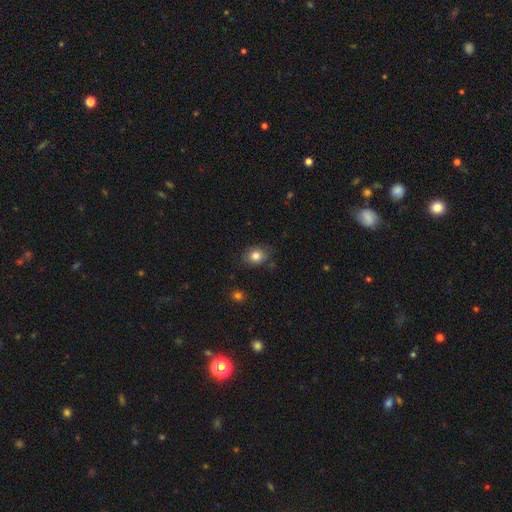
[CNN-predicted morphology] smooth-or-featured: smooth: 81% | star or artifact: 10% | featured or disk: 8%
  how-rounded: round: 50% | in between: 49% | cigar-shaped: 1%
  merging: none: 77% | minor disturbance: 18% | major disturbance: 4% | merger: 2%